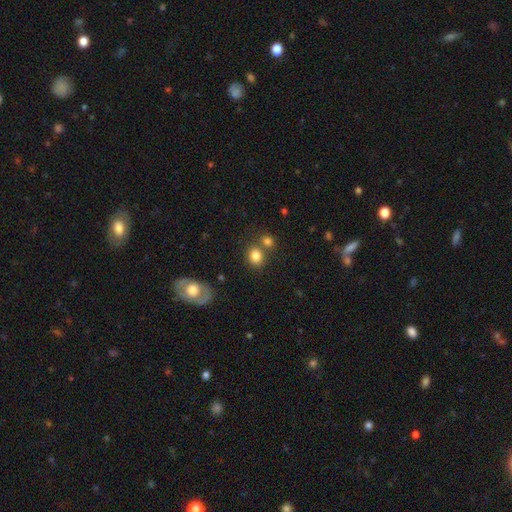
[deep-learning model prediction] Smooth or featured?
  - smooth: 82% *
  - star or artifact: 10%
  - featured or disk: 8%
How rounded?
  - round: 64% *
  - in between: 35%
  - cigar-shaped: 1%
Merging?
  - none: 61% *
  - merger: 24%
  - minor disturbance: 11%
  - major disturbance: 4%